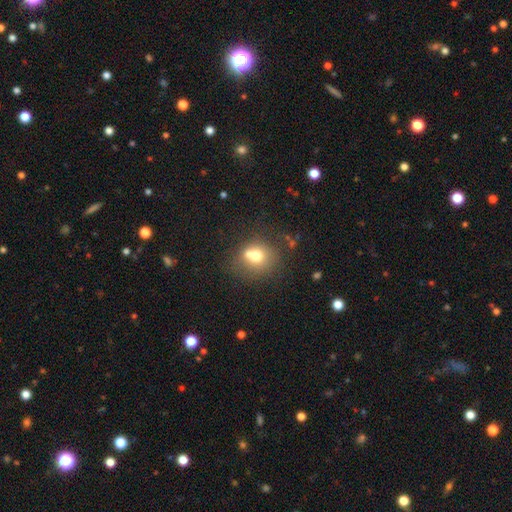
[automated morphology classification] Smooth or featured?
  - smooth: 67% *
  - featured or disk: 21%
  - star or artifact: 12%
How rounded?
  - round: 76% *
  - in between: 23%
  - cigar-shaped: 1%
Merging?
  - none: 47% *
  - merger: 36%
  - minor disturbance: 12%
  - major disturbance: 5%